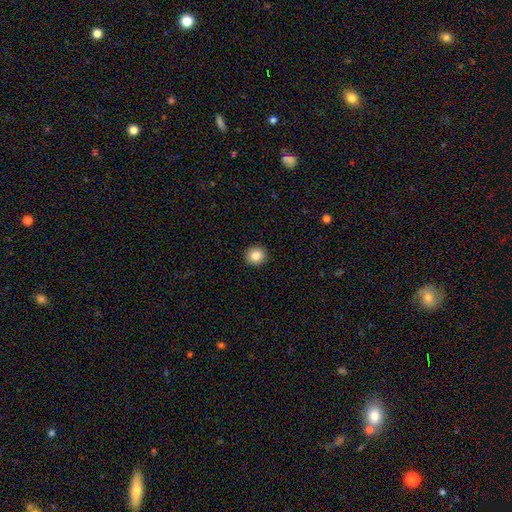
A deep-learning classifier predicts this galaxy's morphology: Q: Smooth or featured?
A: smooth (86%); runner-up: star or artifact (9%)
Q: How rounded?
A: round (89%); runner-up: in between (10%)
Q: Merging?
A: none (93%); runner-up: minor disturbance (5%)